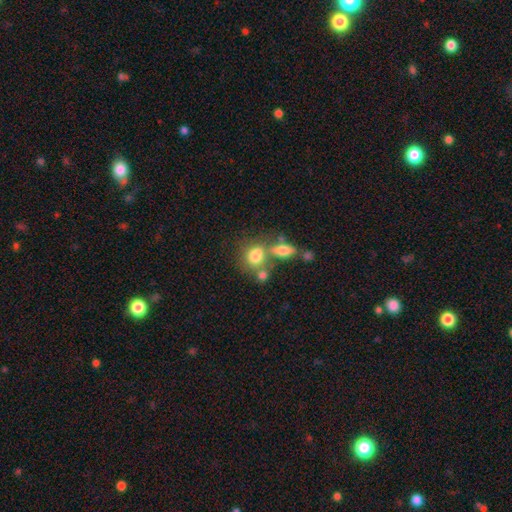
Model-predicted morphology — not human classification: A smooth galaxy with no disk features (77%) that is in between round and cigar-shaped (51%). Merging: none (42%).